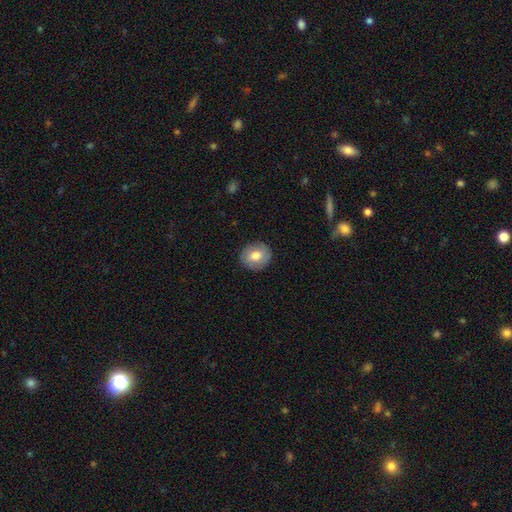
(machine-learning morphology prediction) type=smooth (66%); roundness=round (77%); merging=none (86%).